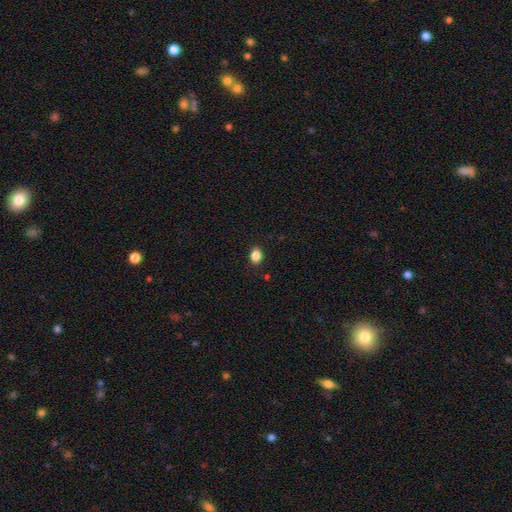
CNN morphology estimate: Smooth or featured? Predicted: smooth (p=0.87). How rounded? Predicted: in between (p=0.62). Merging? Predicted: none (p=0.89).